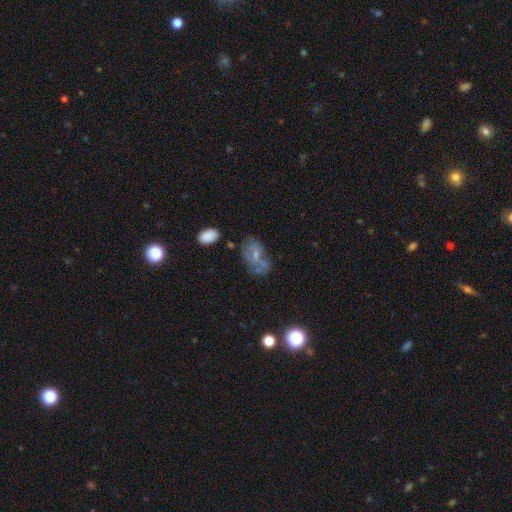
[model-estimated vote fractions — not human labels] smooth_or_featured: featured or disk (p=0.46) [alt: smooth p=0.39]
merging: none (p=0.46) [alt: minor disturbance p=0.26]